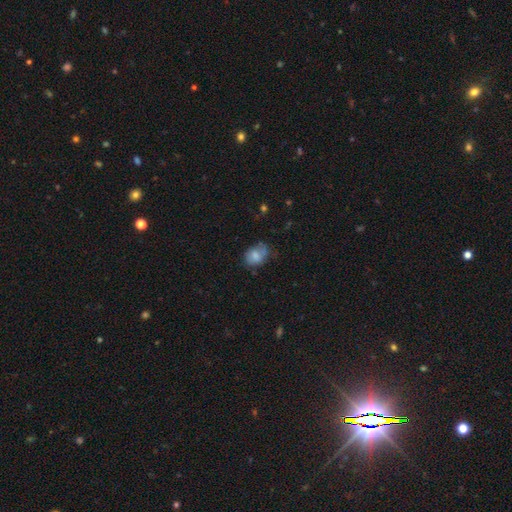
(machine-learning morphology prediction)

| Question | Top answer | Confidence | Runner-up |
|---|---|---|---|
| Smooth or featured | smooth | 70% | featured or disk (20%) |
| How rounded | in between | 67% | round (32%) |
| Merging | none | 52% | minor disturbance (32%) |